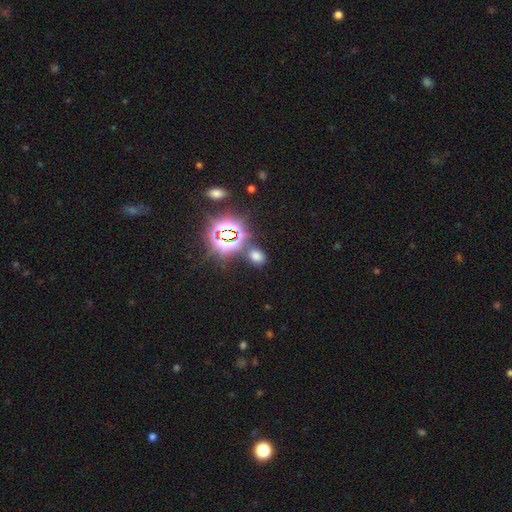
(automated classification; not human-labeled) The model was most divided on "how rounded": in between: 56%, round: 42%, cigar-shaped: 2%. More confident: merging — none (77%); smooth or featured — smooth (55%).